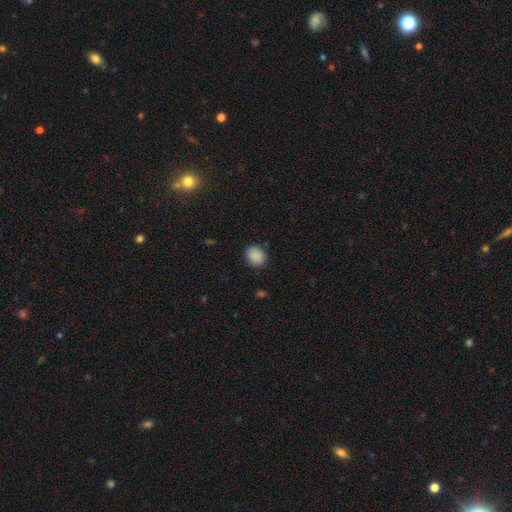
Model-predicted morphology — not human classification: type=smooth (89%); roundness=round (63%); merging=none (88%).